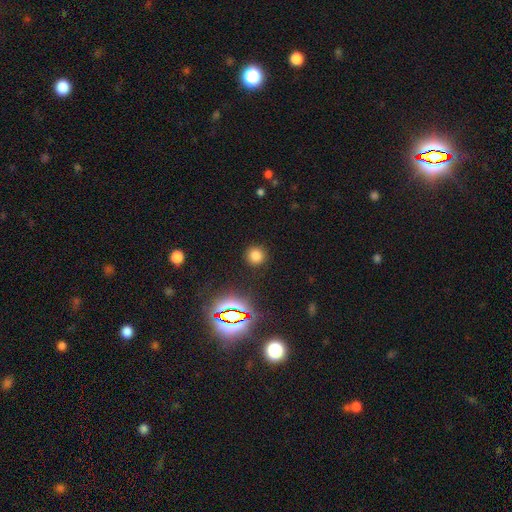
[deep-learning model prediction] Smooth or featured: smooth — 74% (star or artifact — 21%)
How rounded: round — 93% (in between — 6%)
Merging: none — 90% (minor disturbance — 6%)